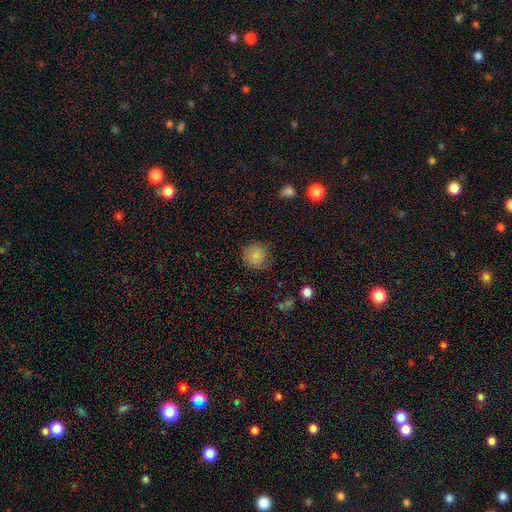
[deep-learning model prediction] Smooth or featured: smooth — 84% (star or artifact — 11%)
How rounded: round — 91% (in between — 8%)
Merging: none — 82% (minor disturbance — 13%)